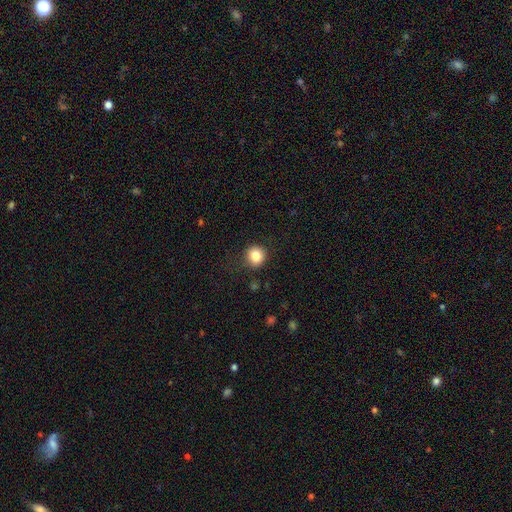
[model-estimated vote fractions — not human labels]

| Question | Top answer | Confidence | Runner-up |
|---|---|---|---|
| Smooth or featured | smooth | 84% | star or artifact (10%) |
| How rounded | round | 89% | in between (10%) |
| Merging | none | 87% | minor disturbance (9%) |